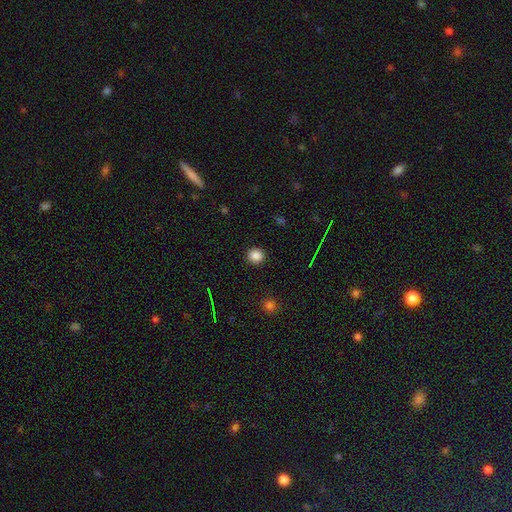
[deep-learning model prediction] The model was most divided on "smooth or featured": smooth: 84%, star or artifact: 12%, featured or disk: 4%. More confident: merging — none (91%); how rounded — round (88%).